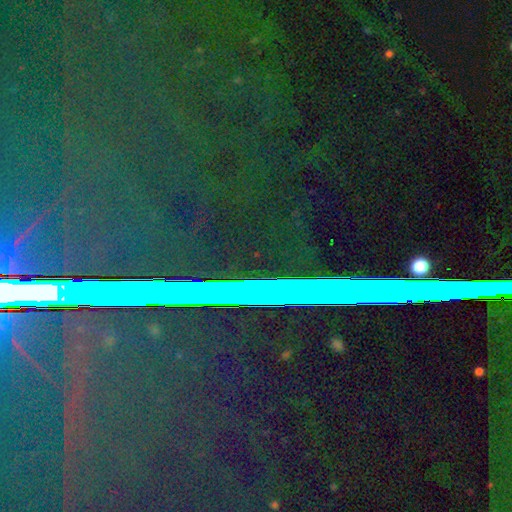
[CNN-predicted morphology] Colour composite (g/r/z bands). It shows a star or artifact, not a galaxy (85%).